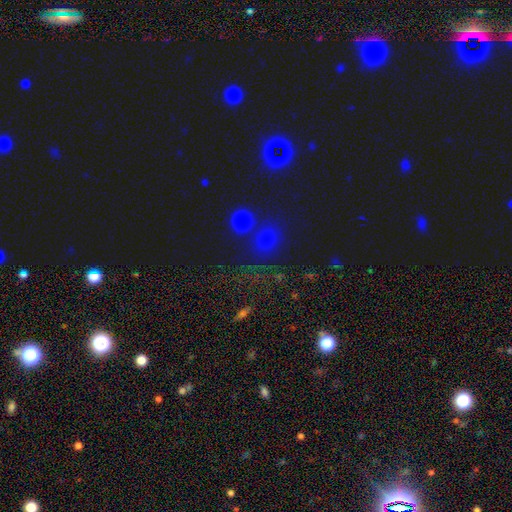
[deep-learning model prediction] Smooth or featured? Predicted: smooth (p=0.51). How rounded? Predicted: round (p=0.84). Merging? Predicted: none (p=0.73).